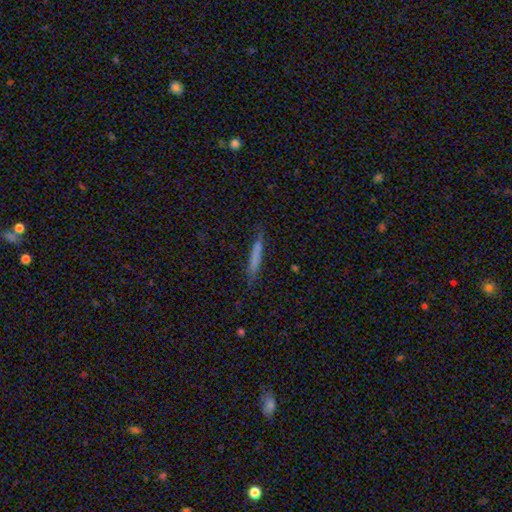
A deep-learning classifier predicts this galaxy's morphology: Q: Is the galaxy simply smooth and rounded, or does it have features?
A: smooth — 71%.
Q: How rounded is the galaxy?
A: cigar-shaped — 95%.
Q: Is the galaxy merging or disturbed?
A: none — 82%.